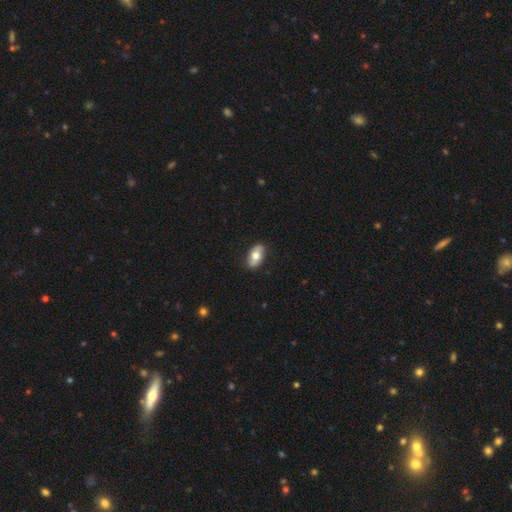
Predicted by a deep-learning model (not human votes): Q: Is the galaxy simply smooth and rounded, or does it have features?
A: smooth — 64%.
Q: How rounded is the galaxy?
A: in between — 91%.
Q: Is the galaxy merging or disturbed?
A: none — 86%.